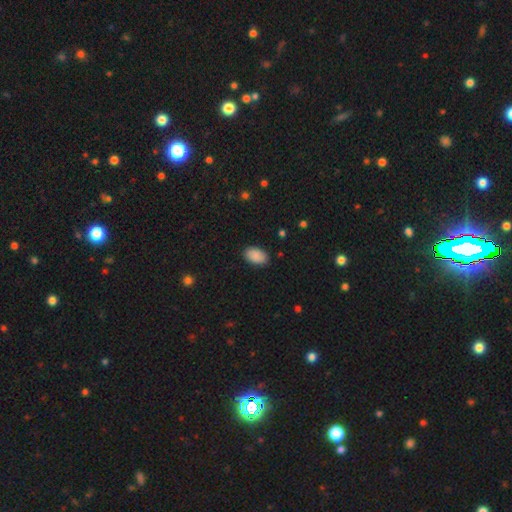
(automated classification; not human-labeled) smooth_or_featured: smooth (p=0.89) [alt: star or artifact p=0.07]
how_rounded: in between (p=0.93) [alt: round p=0.06]
merging: none (p=0.86) [alt: minor disturbance p=0.10]